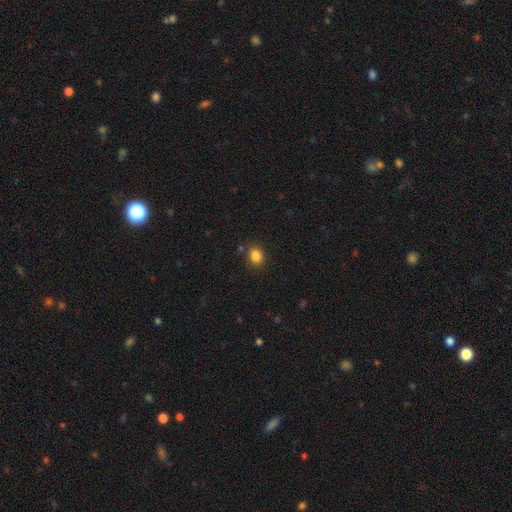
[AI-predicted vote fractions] Smooth or featured?
  - smooth: 85% *
  - star or artifact: 11%
  - featured or disk: 5%
How rounded?
  - round: 51% *
  - in between: 48%
  - cigar-shaped: 1%
Merging?
  - none: 84% *
  - minor disturbance: 10%
  - merger: 3%
  - major disturbance: 3%